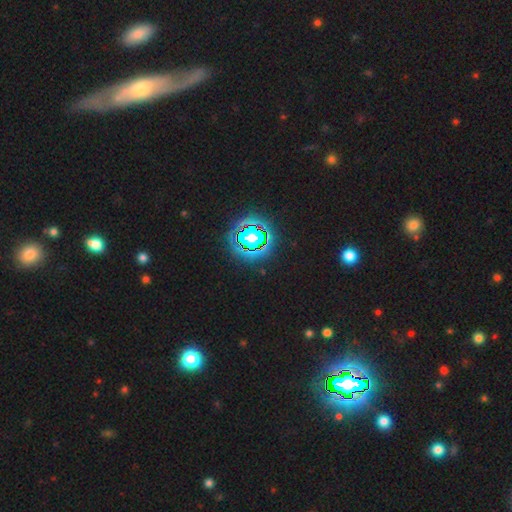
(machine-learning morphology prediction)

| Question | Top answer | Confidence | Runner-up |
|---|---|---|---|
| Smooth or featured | star or artifact | 70% | smooth (17%) |